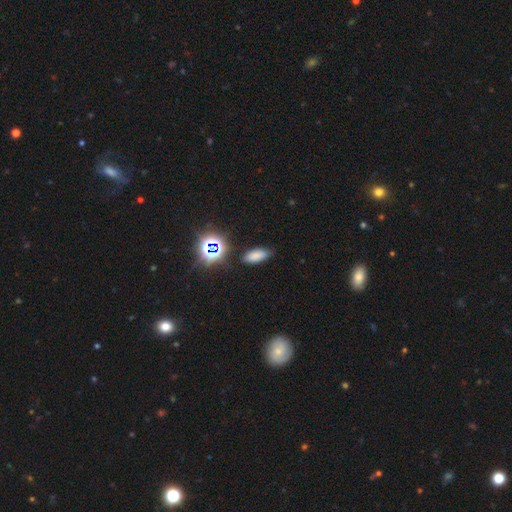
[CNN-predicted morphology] Q: Smooth or featured?
A: smooth (73%); runner-up: star or artifact (21%)
Q: How rounded?
A: in between (83%); runner-up: cigar-shaped (13%)
Q: Merging?
A: none (84%); runner-up: minor disturbance (11%)